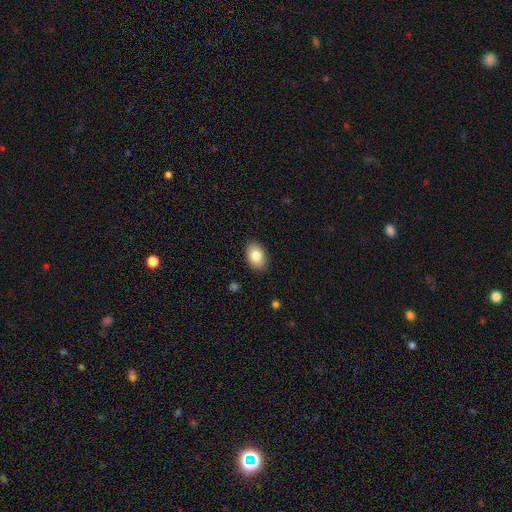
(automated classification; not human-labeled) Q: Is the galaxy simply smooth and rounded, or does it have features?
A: smooth — 83%.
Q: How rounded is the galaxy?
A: in between — 88%.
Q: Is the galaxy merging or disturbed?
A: none — 89%.